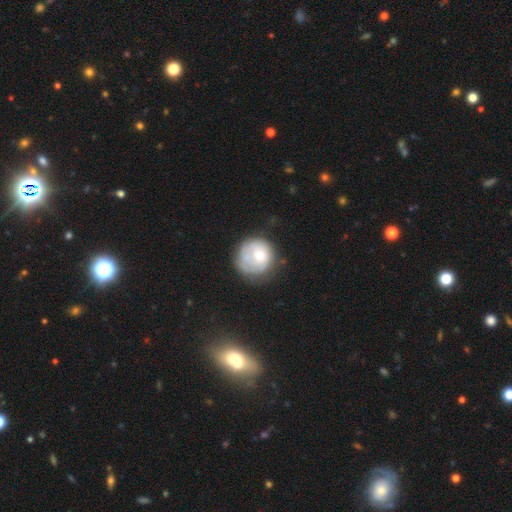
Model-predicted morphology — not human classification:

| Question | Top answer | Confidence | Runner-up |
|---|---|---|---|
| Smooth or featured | smooth | 48% | featured or disk (43%) |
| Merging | none | 56% | minor disturbance (25%) |